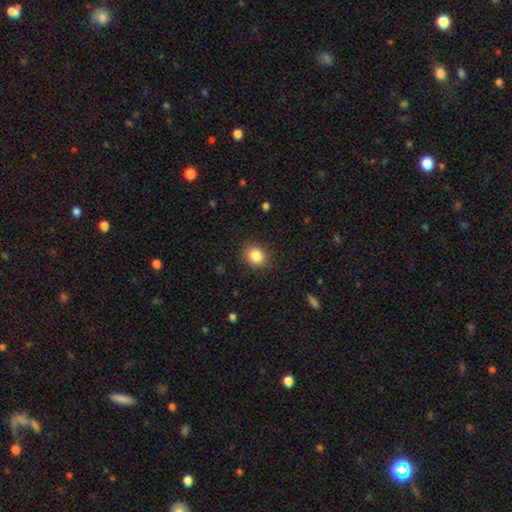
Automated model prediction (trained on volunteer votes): smooth 86%, star or artifact 9%, featured or disk 5%. Down the decision tree: how rounded — round (52%); merging — none (86%).